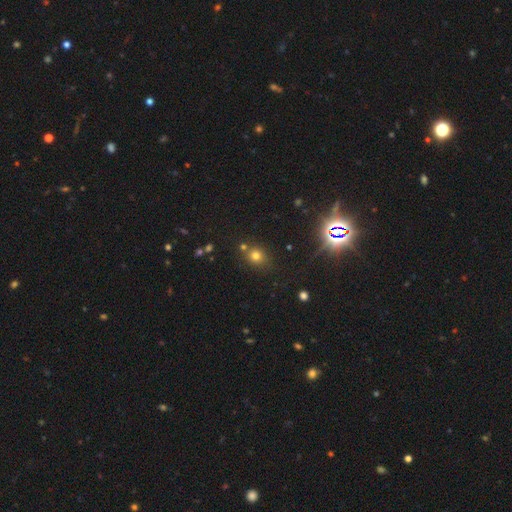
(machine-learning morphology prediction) smooth 69%, star or artifact 22%, featured or disk 8%. Down the decision tree: how rounded — round (78%); merging — none (72%).